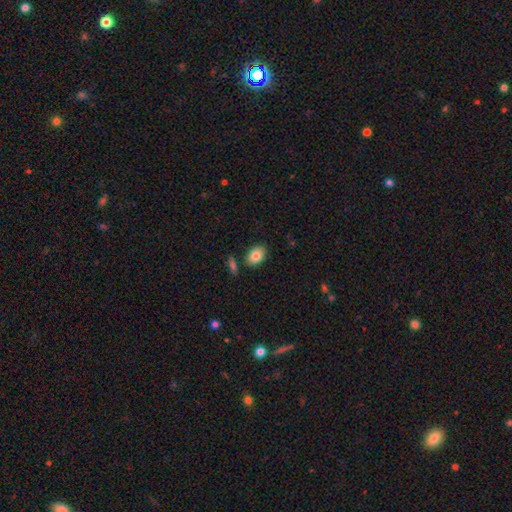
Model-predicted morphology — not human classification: Smooth or featured?
  - smooth: 83% *
  - featured or disk: 9%
  - star or artifact: 7%
How rounded?
  - in between: 85% *
  - round: 14%
  - cigar-shaped: 1%
Merging?
  - none: 81% *
  - minor disturbance: 10%
  - merger: 6%
  - major disturbance: 3%